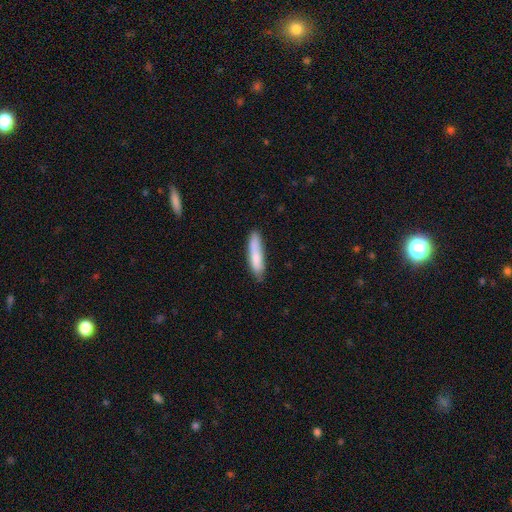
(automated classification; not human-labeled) Smooth or featured? smooth (80%)
How rounded? cigar-shaped (80%)
Merging? none (75%)